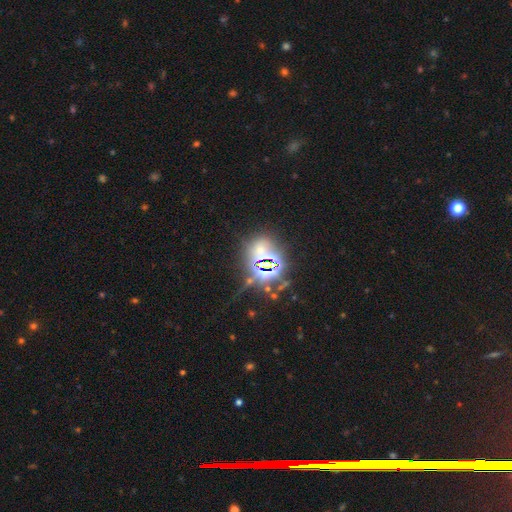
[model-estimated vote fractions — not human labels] Overall: star or artifact (75%).